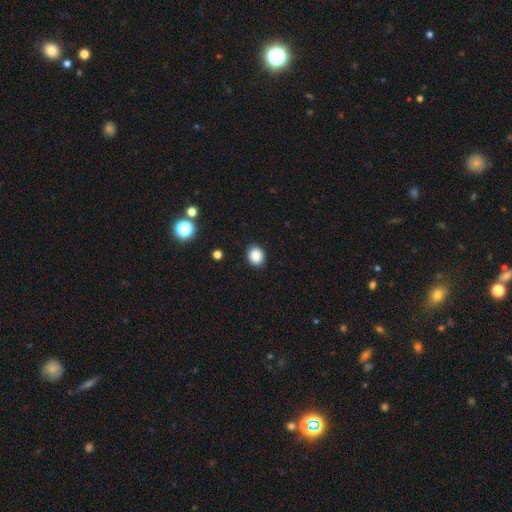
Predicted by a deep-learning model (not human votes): A smooth galaxy with no disk features (87%) that is round (66%).

Vote fractions:
- Smooth or featured? smooth: 87% / star or artifact: 10% / featured or disk: 3%
- How rounded? round: 66% / in between: 33% / cigar-shaped: 1%
- Merging? none: 91% / minor disturbance: 6% / major disturbance: 2% / merger: 1%